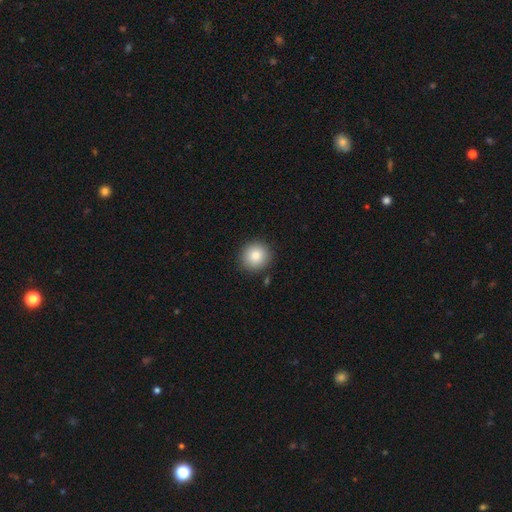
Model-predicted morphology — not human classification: A smooth galaxy with no disk features (85%) that is round (92%). Merging: none (89%).